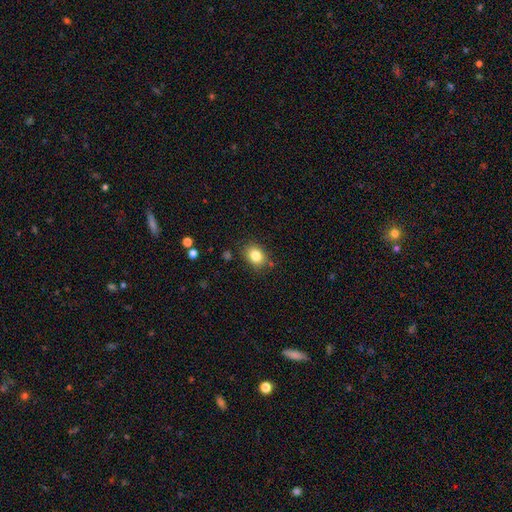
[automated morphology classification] A smooth galaxy with no disk features (82%) that is in between round and cigar-shaped (56%). Merging: none (80%).